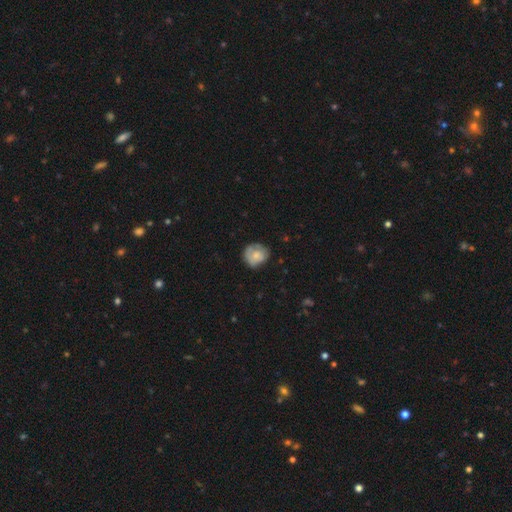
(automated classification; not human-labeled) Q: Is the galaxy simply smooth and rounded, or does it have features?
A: smooth — 66%.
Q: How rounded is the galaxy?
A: round — 79%.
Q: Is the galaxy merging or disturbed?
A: none — 65%.